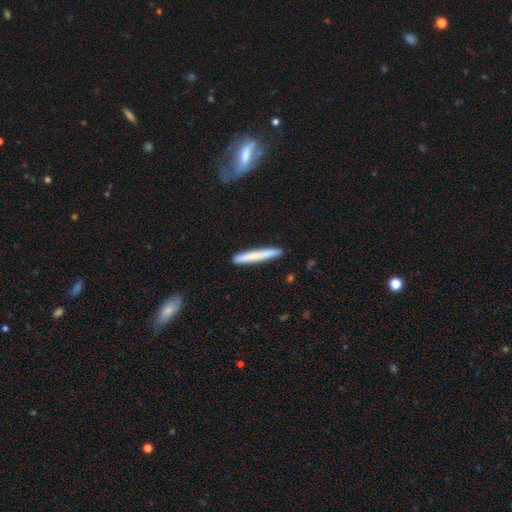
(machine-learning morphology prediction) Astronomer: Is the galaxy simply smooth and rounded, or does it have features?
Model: smooth — 68%.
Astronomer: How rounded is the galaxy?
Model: cigar-shaped — 96%.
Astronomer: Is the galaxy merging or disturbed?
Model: none — 90%.